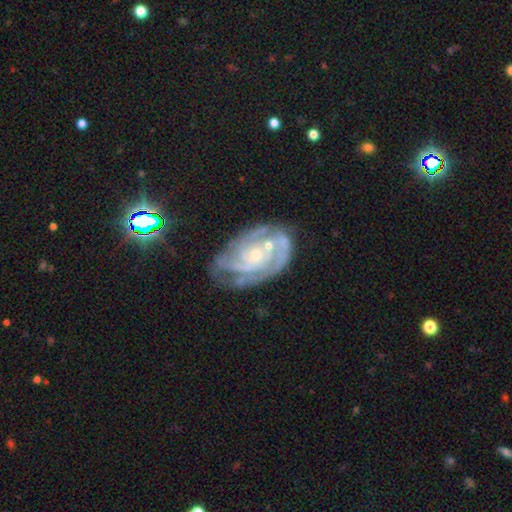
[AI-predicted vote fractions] smooth_or_featured: featured or disk (p=0.85) [alt: smooth p=0.07]
disk_edge_on: no (p=0.97) [alt: yes p=0.03]
bar: no (p=0.70) [alt: weak p=0.24]
has_spiral_arms: yes (p=0.95) [alt: no p=0.05]
spiral_winding: tight (p=0.65) [alt: medium p=0.29]
spiral_arm_count: can't tell (p=0.28) [alt: 3 p=0.26]
bulge_size: small (p=0.67) [alt: moderate p=0.28]
merging: none (p=0.59) [alt: minor disturbance p=0.23]